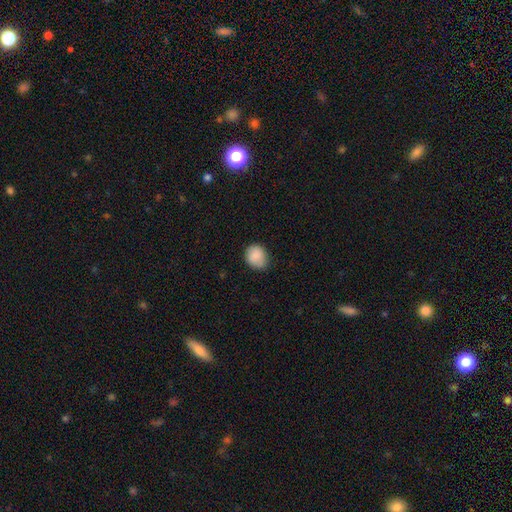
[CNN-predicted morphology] This is clearly a smooth galaxy (88%). How rounded: likely round (64%). Merging: likely none (71%).